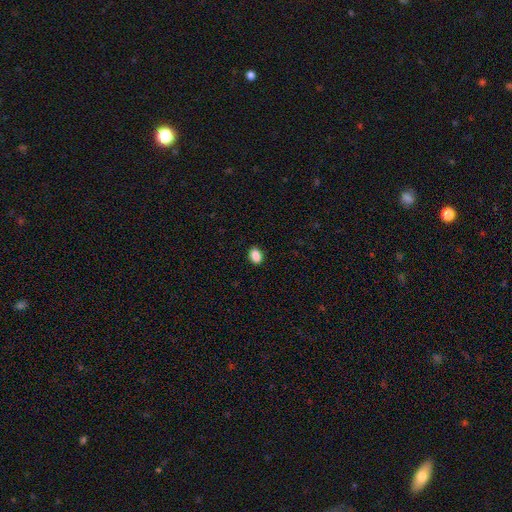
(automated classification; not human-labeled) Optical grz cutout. It shows a smooth galaxy with no disk features (89%) that is in between round and cigar-shaped (79%). Merging: none (90%).